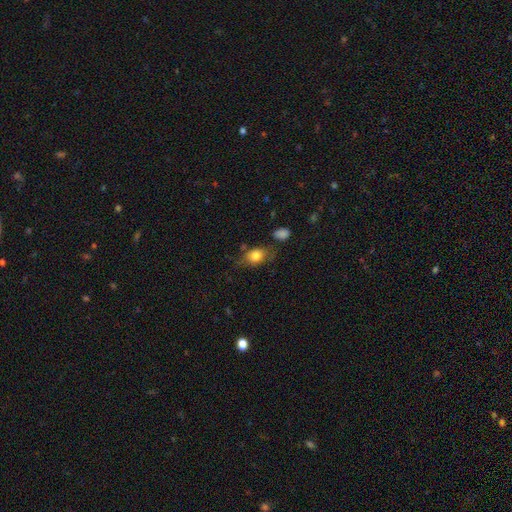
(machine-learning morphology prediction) A smooth galaxy with no disk features (76%) that is in between round and cigar-shaped (71%).

Vote fractions:
- Smooth or featured? smooth: 76% / featured or disk: 15% / star or artifact: 9%
- How rounded? in between: 71% / round: 26% / cigar-shaped: 3%
- Merging? none: 60% / minor disturbance: 26% / major disturbance: 10% / merger: 4%